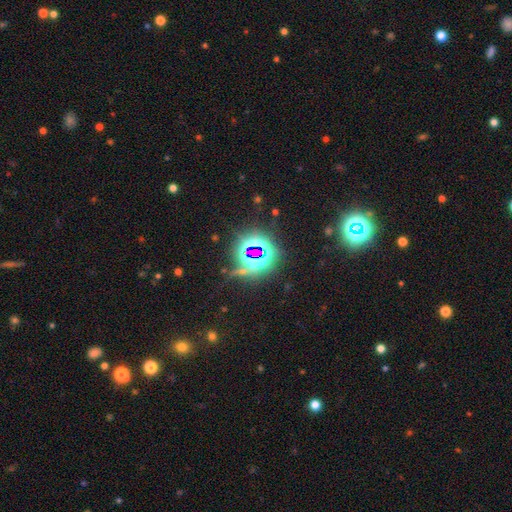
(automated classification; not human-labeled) Smooth or featured? star or artifact (81%)